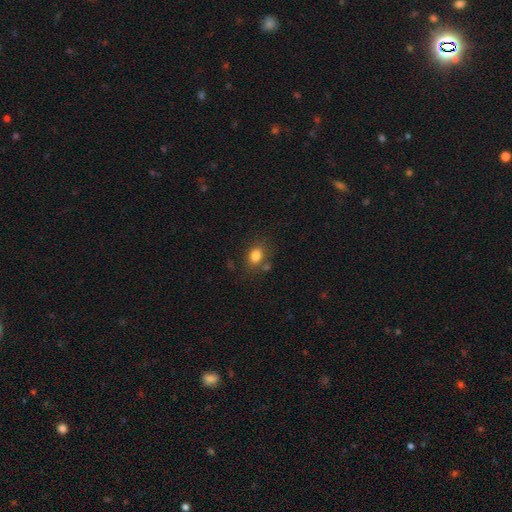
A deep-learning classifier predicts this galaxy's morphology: Smooth or featured? Predicted: smooth (p=0.82). How rounded? Predicted: in between (p=0.62). Merging? Predicted: none (p=0.70).